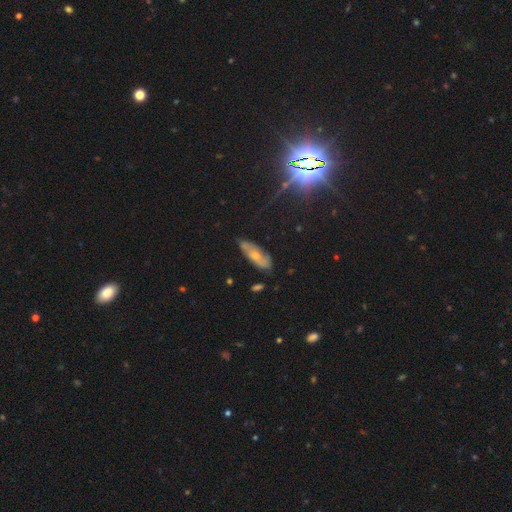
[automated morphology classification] smooth 46%, featured or disk 44%, star or artifact 10%. Down the decision tree: merging — none (71%).